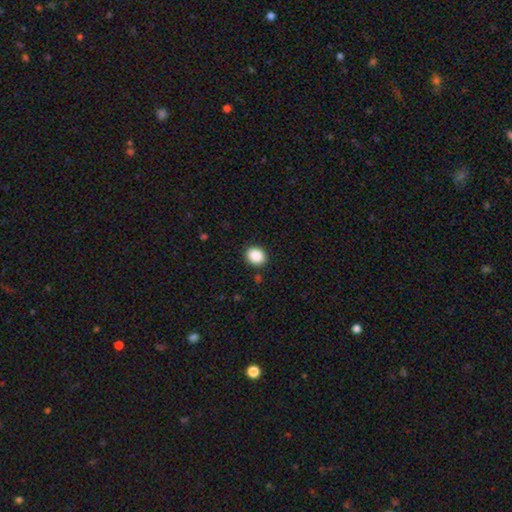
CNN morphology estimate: smooth 89%, star or artifact 8%, featured or disk 3%. Down the decision tree: how rounded — round (59%); merging — none (89%).